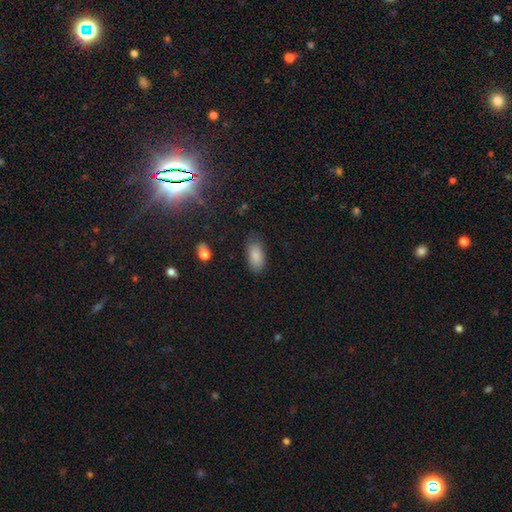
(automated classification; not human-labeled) smooth 87%, star or artifact 7%, featured or disk 6%. Down the decision tree: how rounded — in between (92%); merging — none (79%).